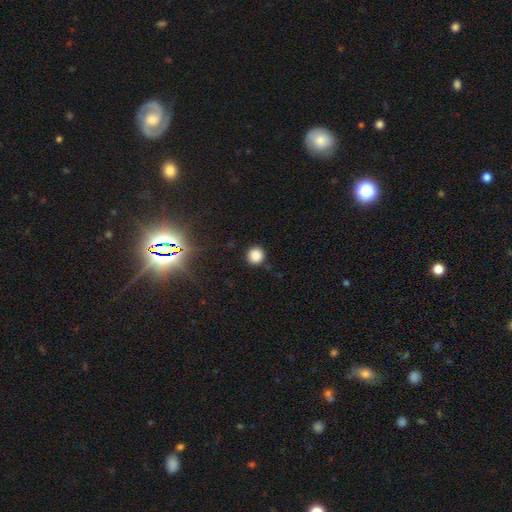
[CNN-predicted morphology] smooth_or_featured: smooth (p=0.85) [alt: star or artifact p=0.12]
how_rounded: round (p=0.94) [alt: in between p=0.05]
merging: none (p=0.90) [alt: minor disturbance p=0.06]